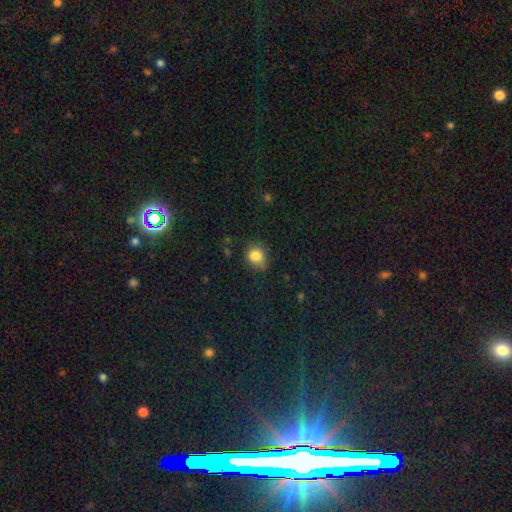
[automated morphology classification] A smooth galaxy with no disk features (83%) that is round (66%). Merging: none (62%).